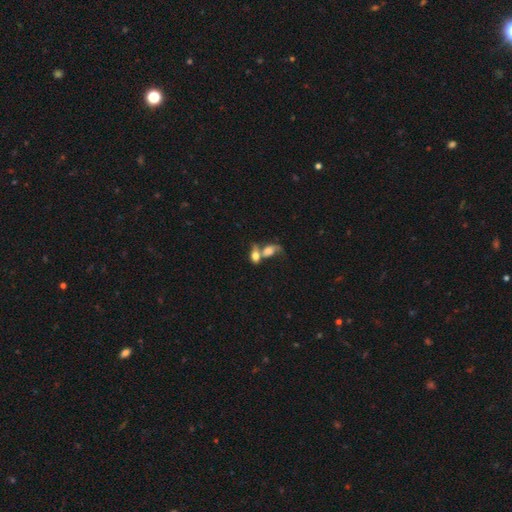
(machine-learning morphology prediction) A smooth galaxy with no disk features (62%) that is in between round and cigar-shaped (75%). Merging: merger (72%).